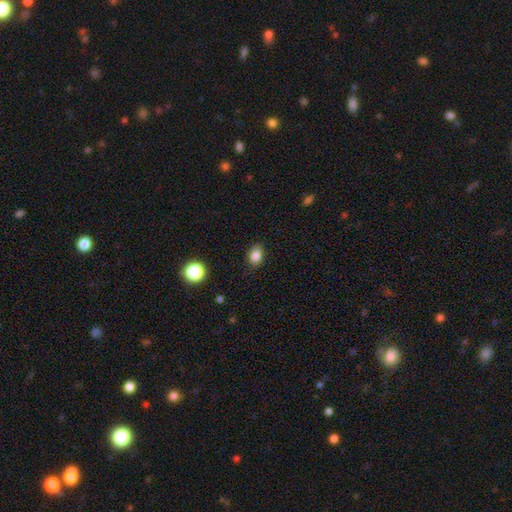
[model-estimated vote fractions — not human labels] Overall: smooth (84%). How rounded: in between (67%; round 32%). Merging: none (86%).